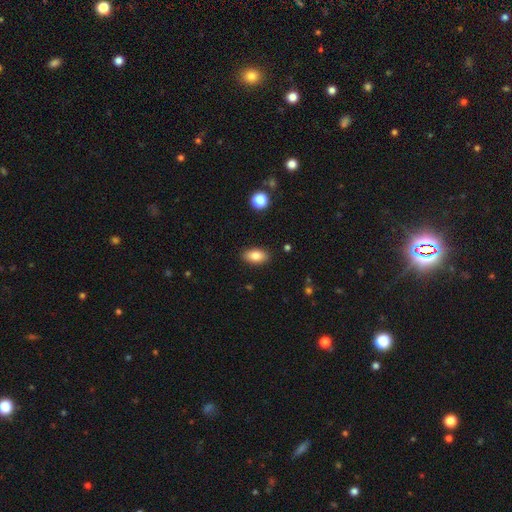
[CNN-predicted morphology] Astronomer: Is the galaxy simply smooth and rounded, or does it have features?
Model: smooth — 83%.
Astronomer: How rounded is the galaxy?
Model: in between — 91%.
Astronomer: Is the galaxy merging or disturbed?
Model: none — 88%.